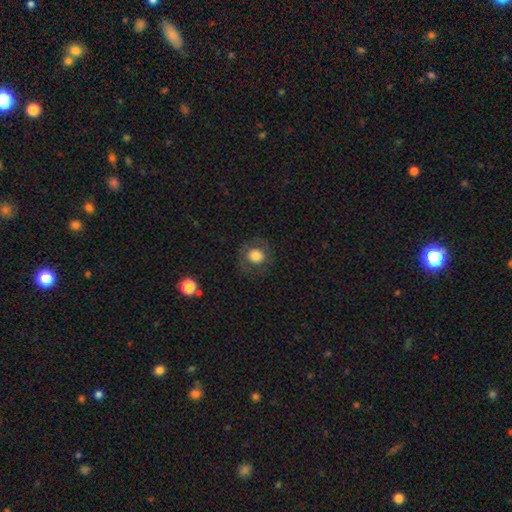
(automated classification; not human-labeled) Morphology: type=smooth (73%); roundness=round (86%); merging=none (77%).